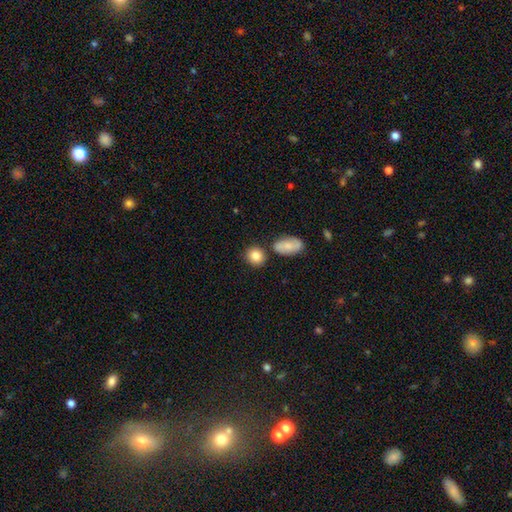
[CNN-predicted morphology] Overall: smooth (84%). How rounded: round (76%). Merging: none (77%).